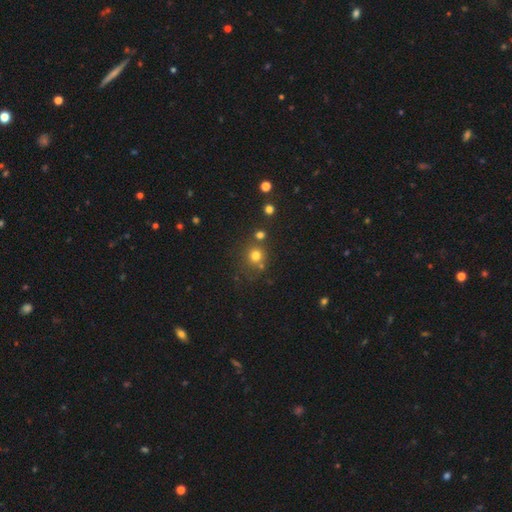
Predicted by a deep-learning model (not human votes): Q: Smooth or featured?
A: smooth (74%); runner-up: star or artifact (18%)
Q: How rounded?
A: round (89%); runner-up: in between (10%)
Q: Merging?
A: none (69%); runner-up: merger (16%)